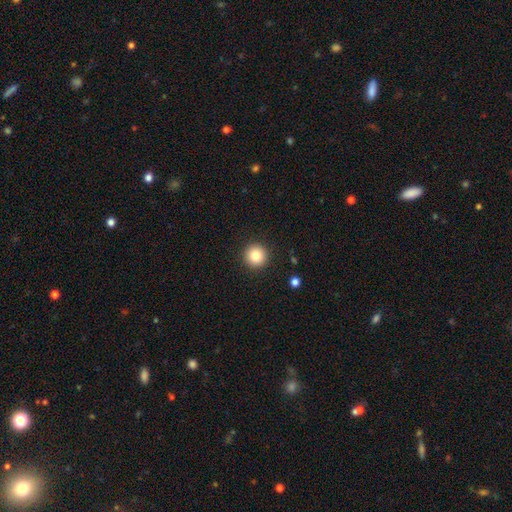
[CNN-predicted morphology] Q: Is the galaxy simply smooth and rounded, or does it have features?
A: smooth — 84%.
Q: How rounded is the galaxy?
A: round — 96%.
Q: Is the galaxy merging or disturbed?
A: none — 92%.